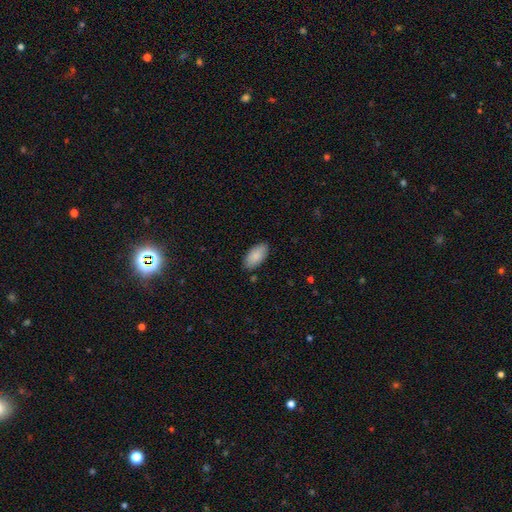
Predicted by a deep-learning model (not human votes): smooth-or-featured: smooth: 88% | star or artifact: 6% | featured or disk: 5%
  how-rounded: in between: 94% | cigar-shaped: 4% | round: 2%
  merging: none: 85% | minor disturbance: 11% | major disturbance: 2% | merger: 2%